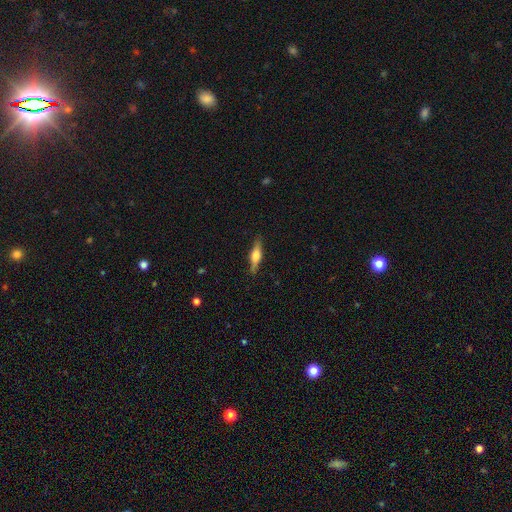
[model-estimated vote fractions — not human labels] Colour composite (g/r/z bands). It shows a featured or disk galaxy (54%) viewed edge-on (95%) with a rounded central bulge (88%). Merging: none (88%).